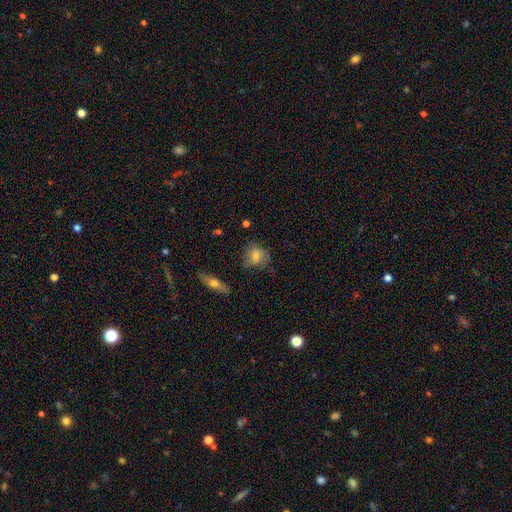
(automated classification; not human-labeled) Smooth or featured: smooth — 69% (featured or disk — 21%)
How rounded: round — 65% (in between — 32%)
Merging: none — 66% (minor disturbance — 24%)